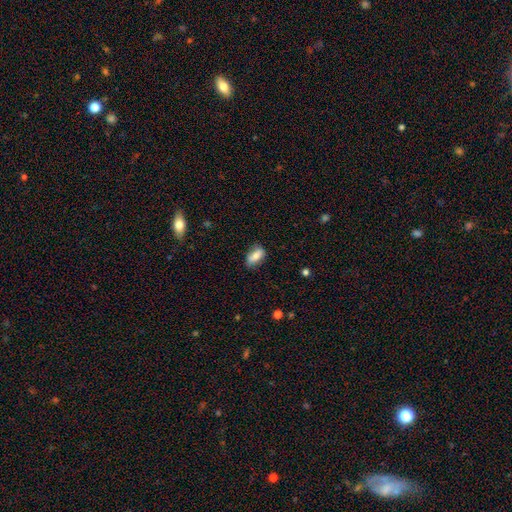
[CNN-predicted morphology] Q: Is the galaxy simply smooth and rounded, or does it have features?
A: smooth — 73%.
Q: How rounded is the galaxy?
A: in between — 86%.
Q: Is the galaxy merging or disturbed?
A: none — 76%.